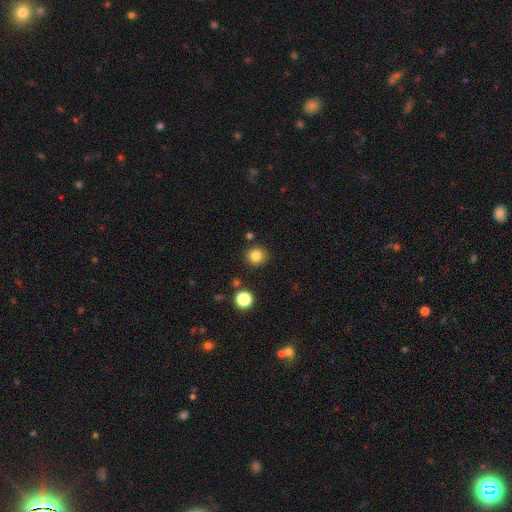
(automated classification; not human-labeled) smooth-or-featured: smooth: 83% | star or artifact: 12% | featured or disk: 5%
  how-rounded: round: 93% | in between: 6% | cigar-shaped: 1%
  merging: none: 87% | minor disturbance: 7% | merger: 3% | major disturbance: 2%